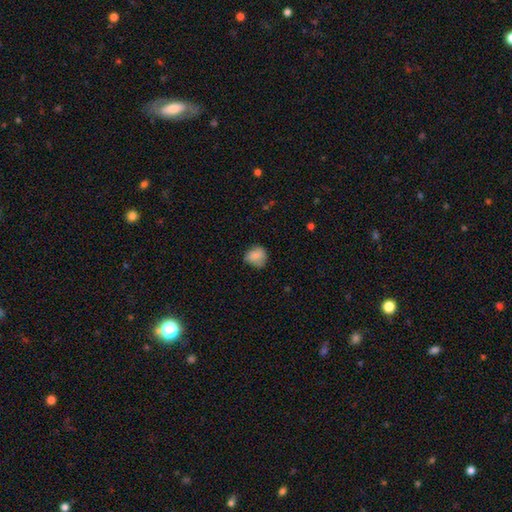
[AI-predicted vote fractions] Morphology: type=smooth (83%); roundness=round (69%); merging=none (64%).